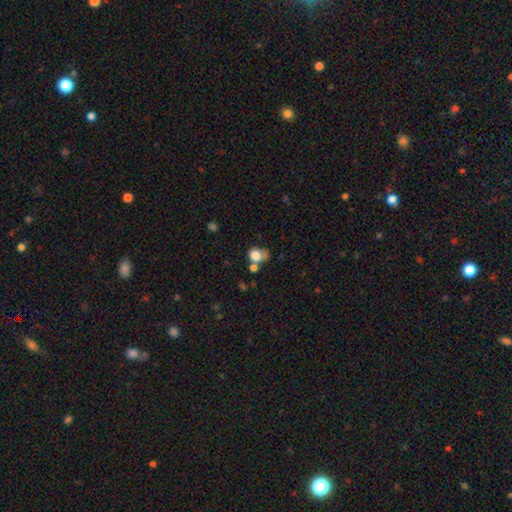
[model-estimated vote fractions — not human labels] smooth 80%, featured or disk 10%, star or artifact 10%. Down the decision tree: how rounded — round (55%); merging — none (35%).